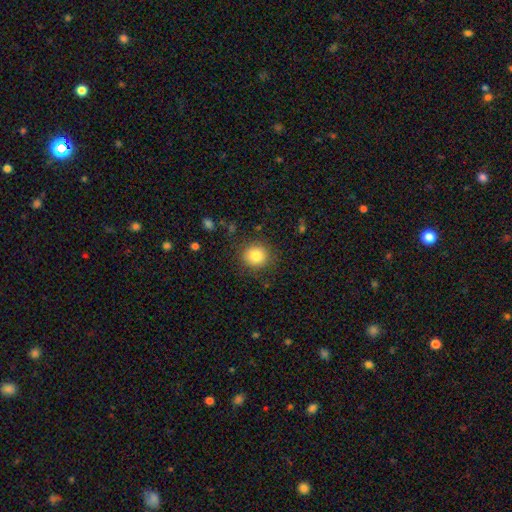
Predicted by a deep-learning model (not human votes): smooth_or_featured: smooth (p=0.83) [alt: star or artifact p=0.10]
how_rounded: round (p=0.91) [alt: in between p=0.08]
merging: none (p=0.87) [alt: minor disturbance p=0.09]